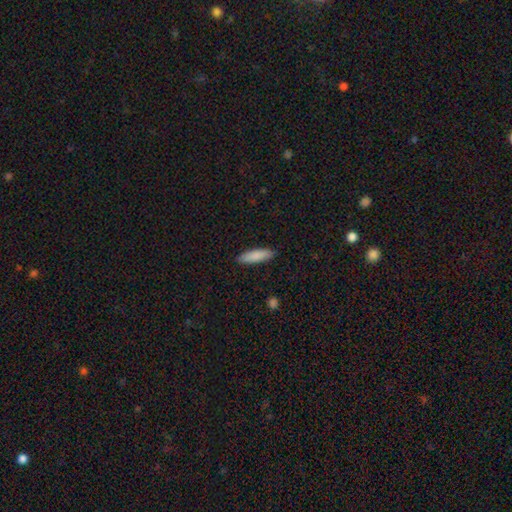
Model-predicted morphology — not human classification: Overall: smooth (87%). How rounded: cigar-shaped (62%; in between 36%). Merging: none (88%).